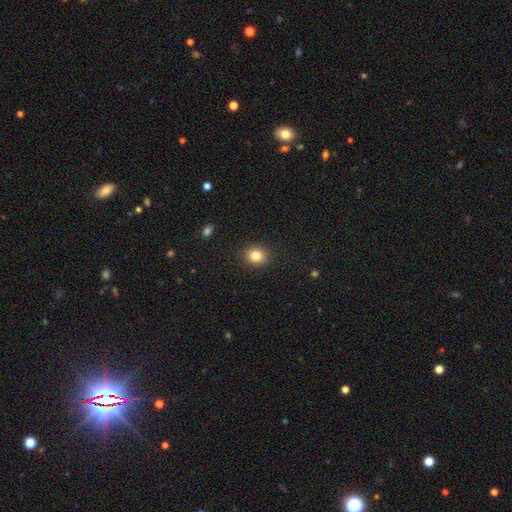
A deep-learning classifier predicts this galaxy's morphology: type=smooth (83%); roundness=round (71%); merging=none (90%).